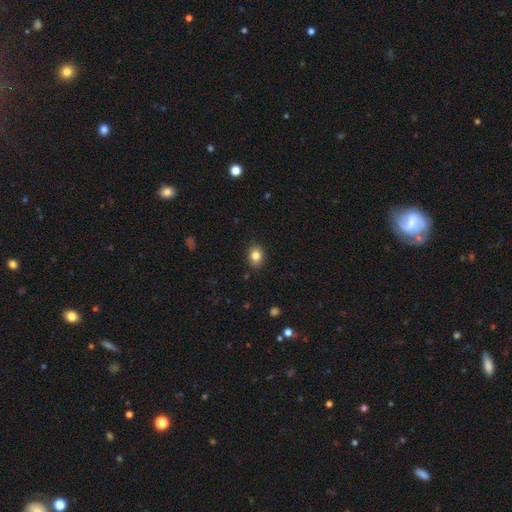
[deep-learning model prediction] Smooth or featured? smooth (83%)
How rounded? in between (50%)
Merging? none (88%)